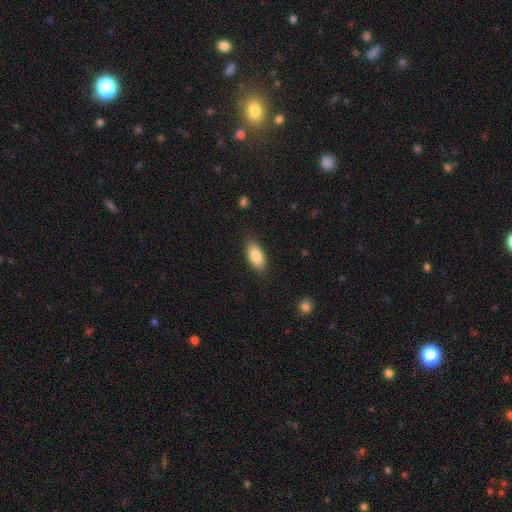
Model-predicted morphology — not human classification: Overall: smooth (84%). How rounded: in between (87%). Merging: none (83%).